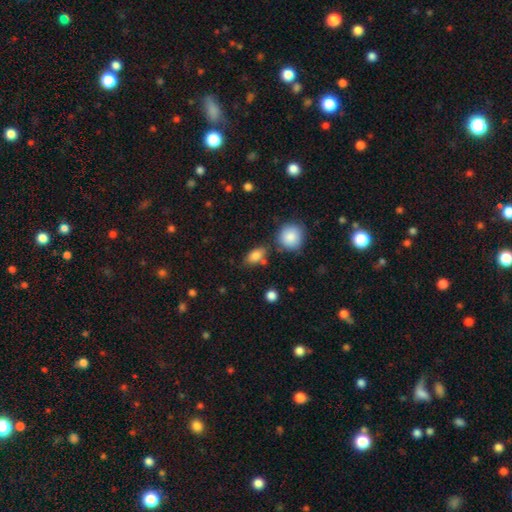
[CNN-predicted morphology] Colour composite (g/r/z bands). It shows a smooth galaxy with no disk features (84%) that is in between round and cigar-shaped (84%). Merging: none (69%).